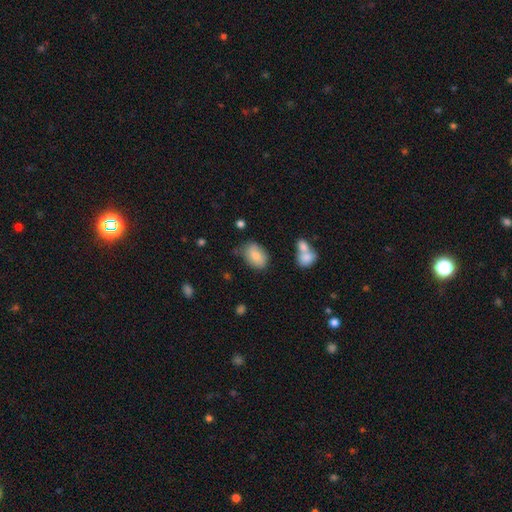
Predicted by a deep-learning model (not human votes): Smooth or featured?
  - smooth: 83% *
  - featured or disk: 9%
  - star or artifact: 8%
How rounded?
  - in between: 85% *
  - round: 14%
  - cigar-shaped: 1%
Merging?
  - none: 61% *
  - minor disturbance: 26%
  - major disturbance: 7%
  - merger: 6%